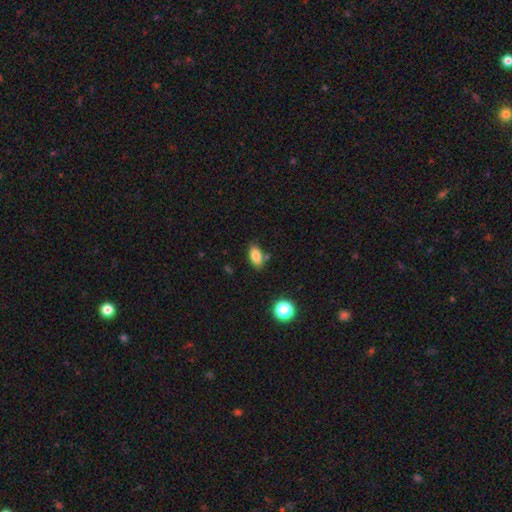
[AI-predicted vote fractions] This appears to be a smooth galaxy with no disk features (84%) that is in between round and cigar-shaped (90%). Merging: none (76%).